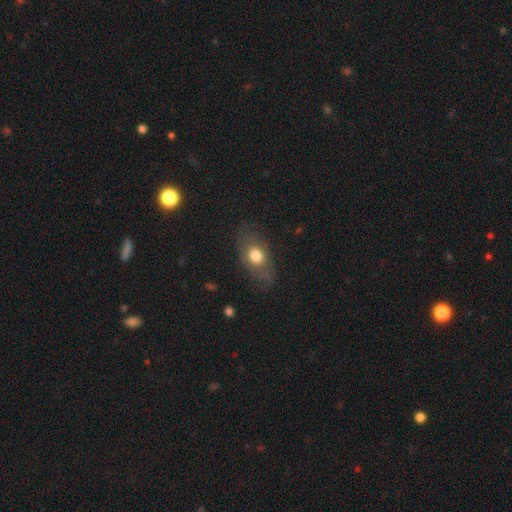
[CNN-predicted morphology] Smooth or featured? smooth (65%)
How rounded? in between (80%)
Merging? none (72%)